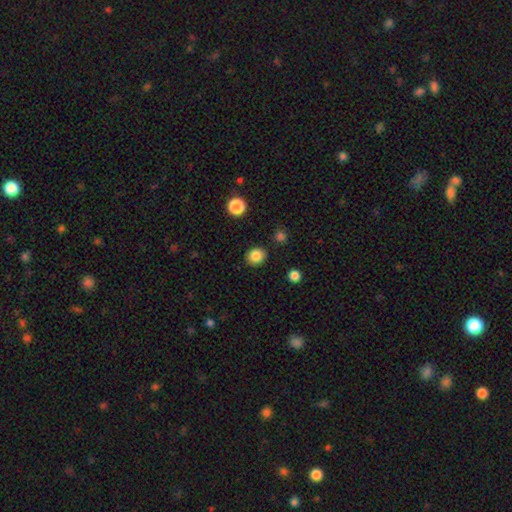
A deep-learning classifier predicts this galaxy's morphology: This is clearly a smooth galaxy (85%). How rounded: likely round (78%). Merging: clearly none (88%).